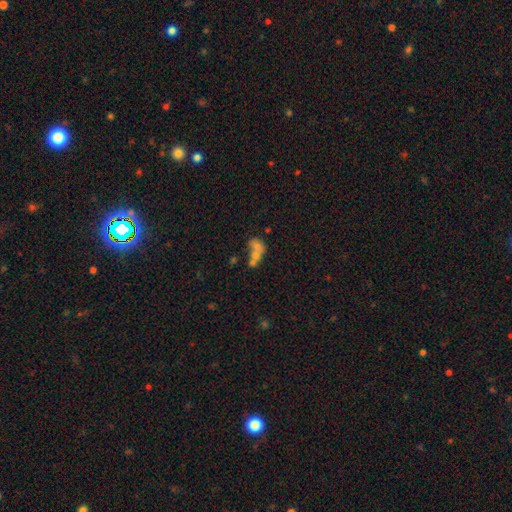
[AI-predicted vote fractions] Smooth or featured: smooth — 55% (featured or disk — 30%)
How rounded: in between — 57% (round — 41%)
Merging: merger — 63% (none — 20%)